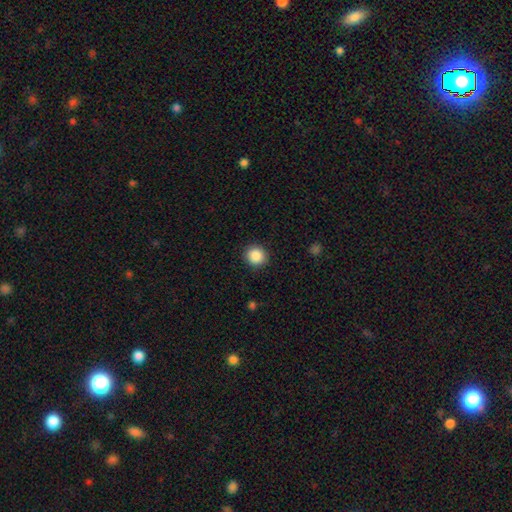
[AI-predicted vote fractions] A smooth galaxy with no disk features (87%) that is round (91%).

Vote fractions:
- Smooth or featured? smooth: 87% / star or artifact: 9% / featured or disk: 4%
- How rounded? round: 91% / in between: 8% / cigar-shaped: 1%
- Merging? none: 91% / minor disturbance: 6% / major disturbance: 2% / merger: 1%